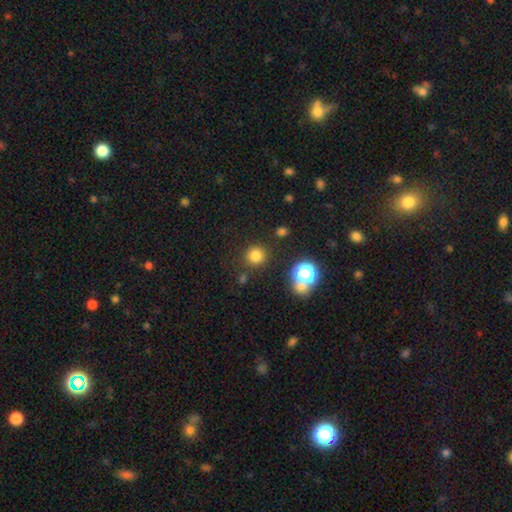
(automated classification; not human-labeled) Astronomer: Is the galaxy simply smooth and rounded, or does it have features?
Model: smooth — 78%.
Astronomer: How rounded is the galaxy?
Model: round — 94%.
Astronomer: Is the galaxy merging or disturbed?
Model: none — 86%.